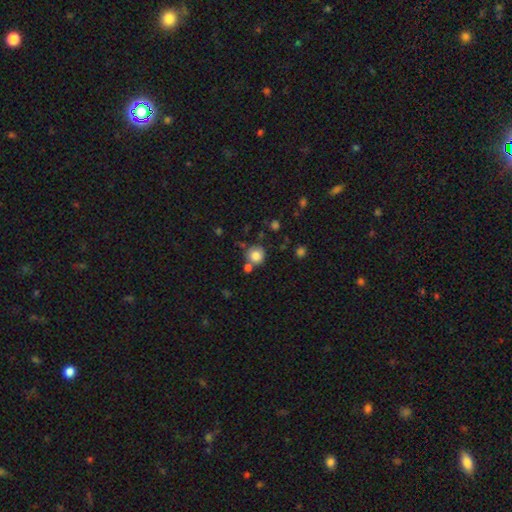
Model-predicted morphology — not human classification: type=smooth (82%); roundness=round (90%); merging=none (67%).